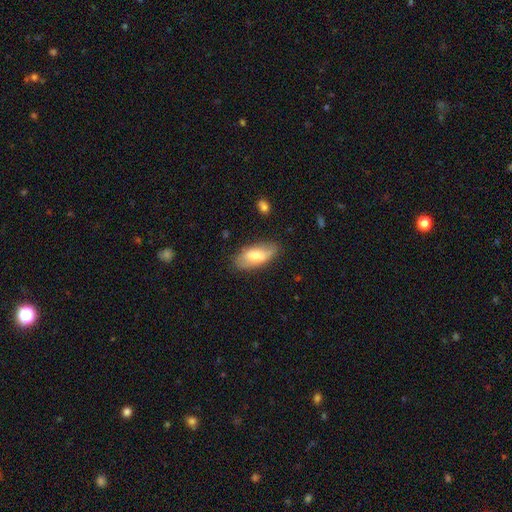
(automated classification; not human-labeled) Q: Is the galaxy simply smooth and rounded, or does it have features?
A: smooth — 65%.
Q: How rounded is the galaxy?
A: in between — 86%.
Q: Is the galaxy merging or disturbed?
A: none — 74%.